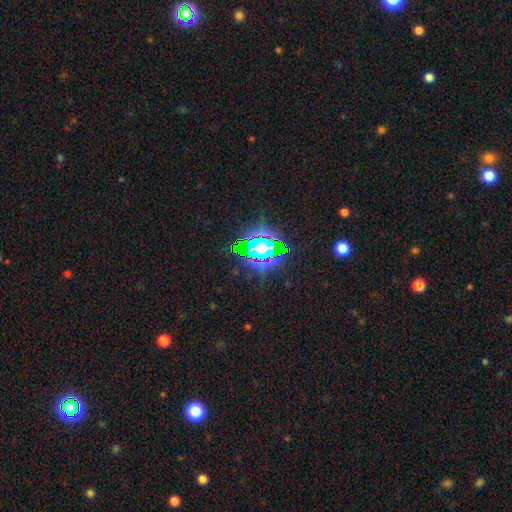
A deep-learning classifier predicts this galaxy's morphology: smooth_or_featured: star or artifact (p=0.82) [alt: smooth p=0.11]